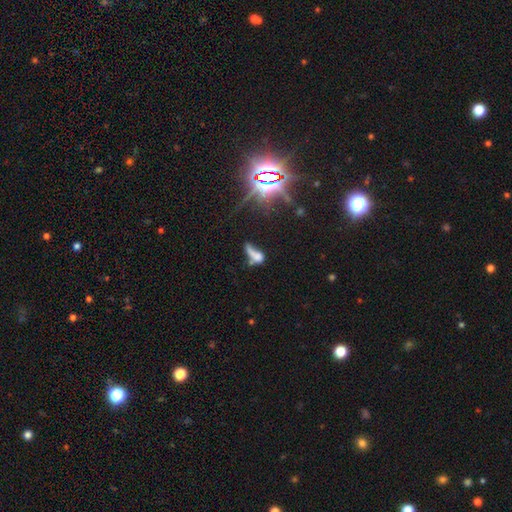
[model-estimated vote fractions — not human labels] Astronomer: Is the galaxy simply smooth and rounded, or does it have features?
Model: smooth — 52% (runner-up: featured or disk, 29%).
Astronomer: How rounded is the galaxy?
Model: in between — 59%.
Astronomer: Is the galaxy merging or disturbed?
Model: merger — 37% (runner-up: major disturbance, 27%).